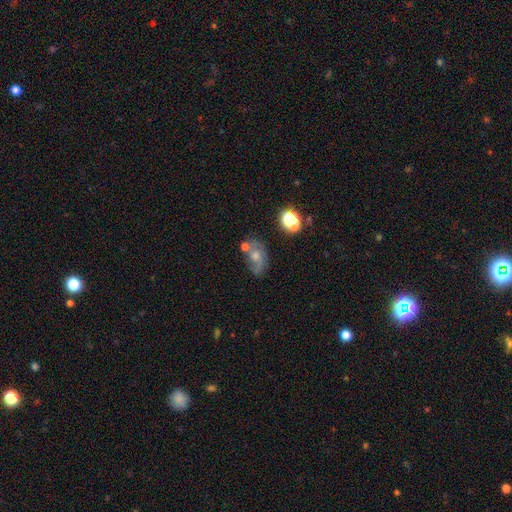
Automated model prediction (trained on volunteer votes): This appears to be a featured or disk galaxy (48%). Merging: none (53%).